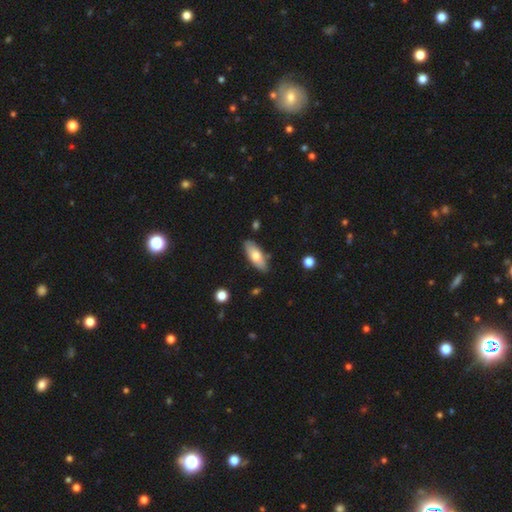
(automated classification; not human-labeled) Q: Smooth or featured?
A: smooth (70%); runner-up: featured or disk (24%)
Q: How rounded?
A: in between (74%); runner-up: cigar-shaped (24%)
Q: Merging?
A: none (82%); runner-up: minor disturbance (13%)